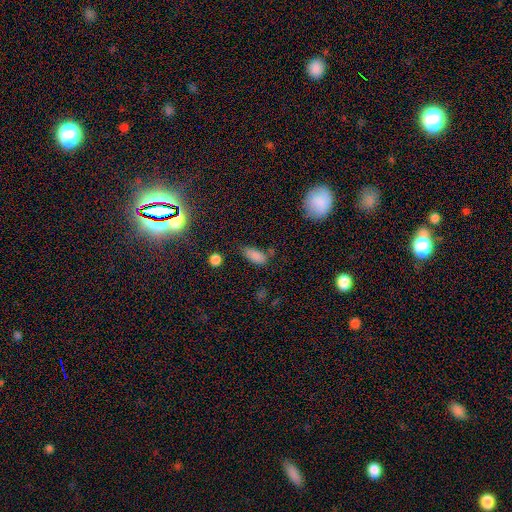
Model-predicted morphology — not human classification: Smooth or featured: smooth — 83% (star or artifact — 12%)
How rounded: in between — 82% (cigar-shaped — 14%)
Merging: none — 61% (minor disturbance — 25%)